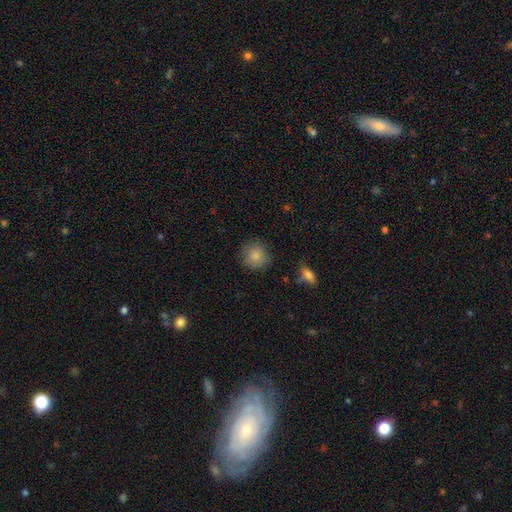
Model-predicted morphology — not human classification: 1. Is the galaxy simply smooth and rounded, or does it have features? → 85% smooth, 9% star or artifact, 6% featured or disk.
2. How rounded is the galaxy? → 90% round, 9% in between, 1% cigar-shaped.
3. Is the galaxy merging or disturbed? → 83% none, 12% minor disturbance, 3% major disturbance, 2% merger.